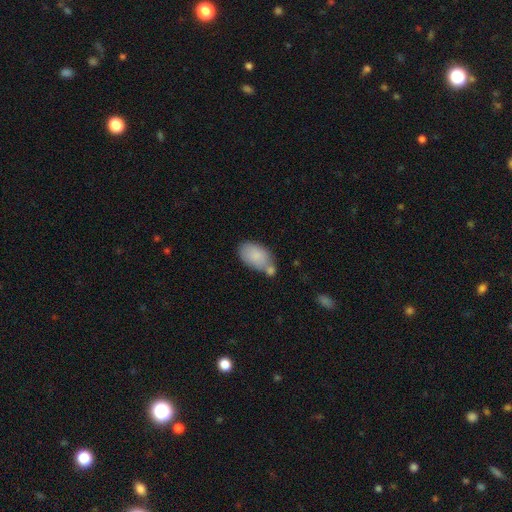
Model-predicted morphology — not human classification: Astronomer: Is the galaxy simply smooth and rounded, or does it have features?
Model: smooth — 84%.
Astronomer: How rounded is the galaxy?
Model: in between — 94%.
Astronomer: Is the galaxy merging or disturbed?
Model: none — 47% (runner-up: merger, 29%).